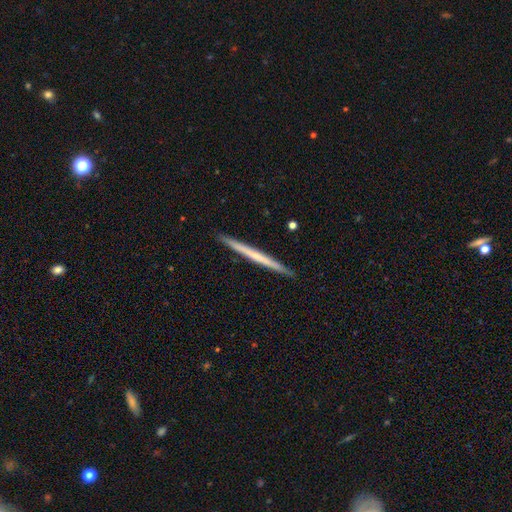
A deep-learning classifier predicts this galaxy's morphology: The model was most divided on "smooth or featured": featured or disk: 55%, smooth: 40%, star or artifact: 5%. More confident: edge-on disk — yes (98%); merging — none (93%); edge-on bulge — none (83%).